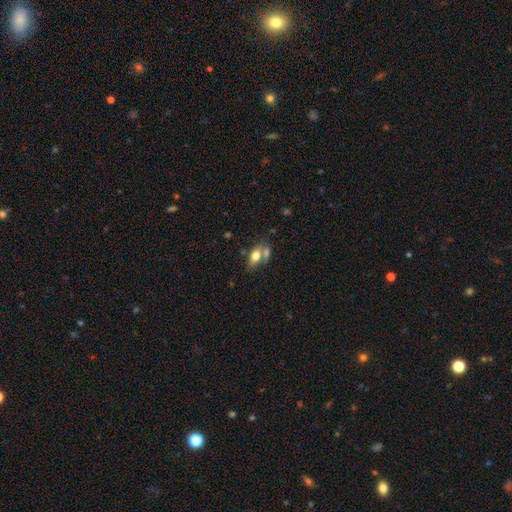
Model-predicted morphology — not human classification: Smooth or featured?
  - smooth: 69% *
  - featured or disk: 23%
  - star or artifact: 8%
How rounded?
  - in between: 84% *
  - round: 10%
  - cigar-shaped: 6%
Merging?
  - merger: 42% *
  - none: 39%
  - minor disturbance: 14%
  - major disturbance: 6%